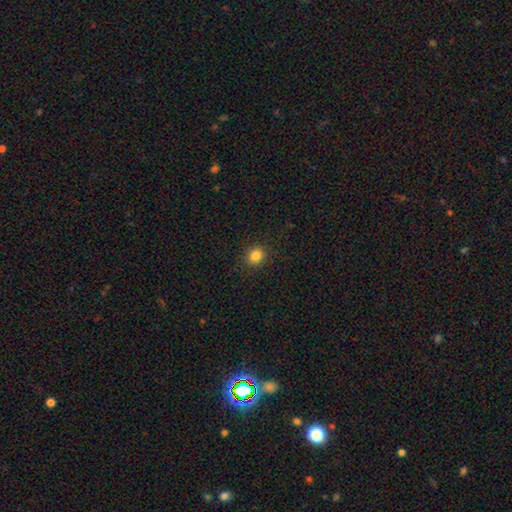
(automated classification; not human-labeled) smooth-or-featured: smooth: 85% | star or artifact: 12% | featured or disk: 4%
  how-rounded: round: 85% | in between: 14% | cigar-shaped: 1%
  merging: none: 90% | minor disturbance: 7% | major disturbance: 2% | merger: 1%